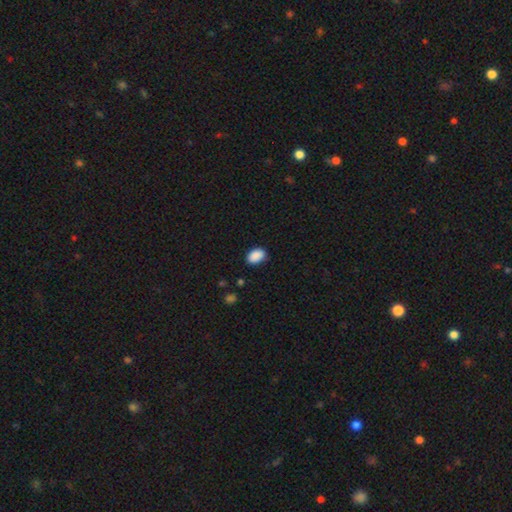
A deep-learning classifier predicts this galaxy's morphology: Smooth or featured: smooth — 90% (star or artifact — 8%)
How rounded: in between — 86% (round — 13%)
Merging: none — 82% (minor disturbance — 14%)